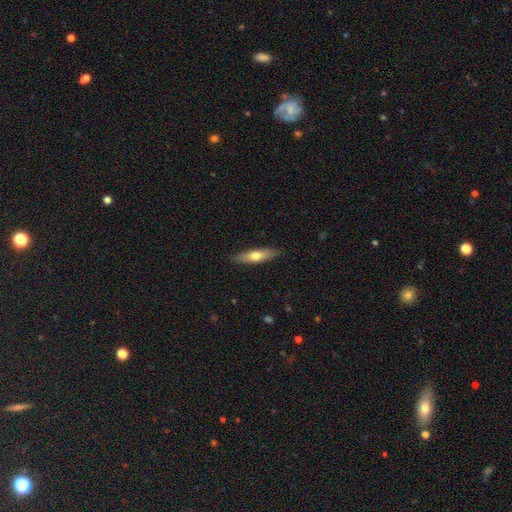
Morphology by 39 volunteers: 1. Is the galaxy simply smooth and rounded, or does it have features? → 64% smooth, 33% featured or disk, 3% star or artifact.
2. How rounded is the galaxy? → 56% cigar-shaped, 40% in between, 4% round.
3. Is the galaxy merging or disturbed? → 87% none, 11% minor disturbance, 3% major disturbance, 0% merger.